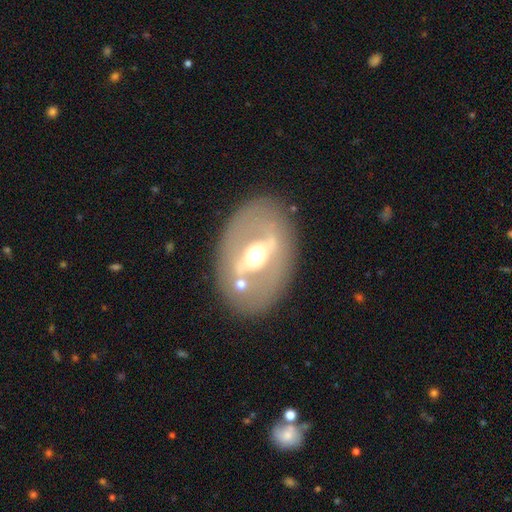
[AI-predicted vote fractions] Overall: featured or disk (71%). Edge-on disk: no (83%). Bar: strong (57%; weak 27%). Spiral arms: no (83%). Bulge size: moderate (69%). Merging: none (79%).